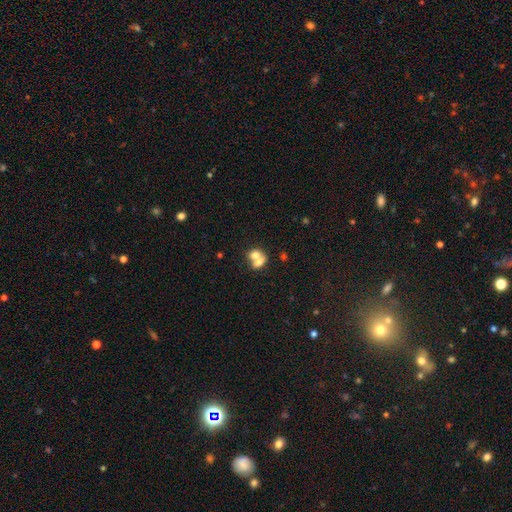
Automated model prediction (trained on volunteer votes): Q: Smooth or featured?
A: smooth (69%); runner-up: featured or disk (22%)
Q: How rounded?
A: in between (61%); runner-up: round (38%)
Q: Merging?
A: merger (69%); runner-up: none (21%)